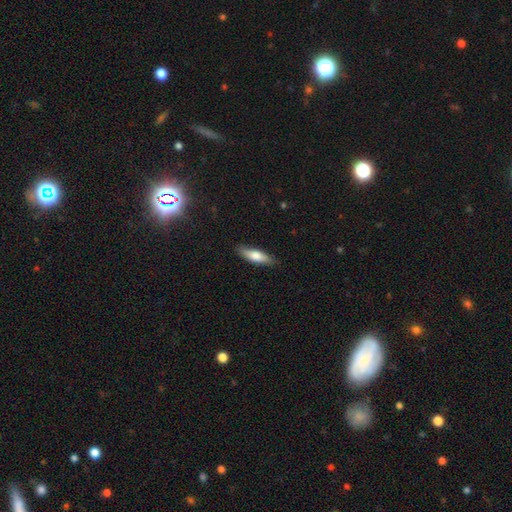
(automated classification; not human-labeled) Smooth or featured? smooth (68%)
How rounded? cigar-shaped (56%)
Merging? none (83%)